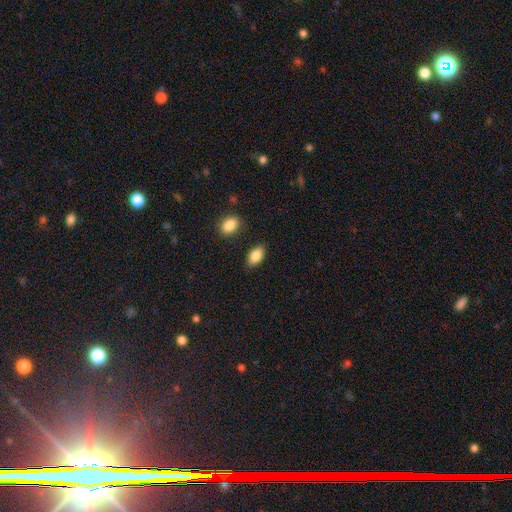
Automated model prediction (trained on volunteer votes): This appears to be a smooth galaxy with no disk features (87%) that is in between round and cigar-shaped (92%). Merging: none (86%).